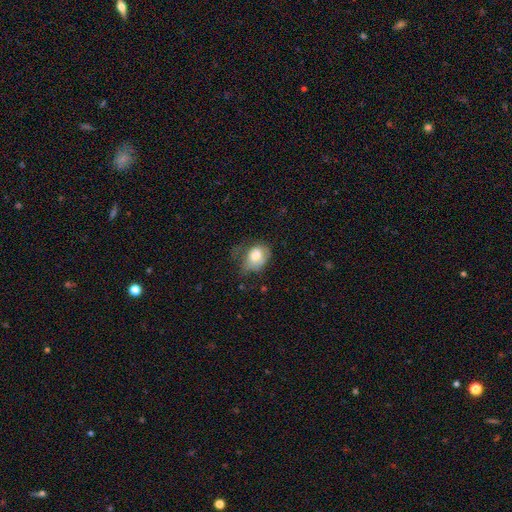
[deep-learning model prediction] Smooth or featured: smooth — 72% (featured or disk — 19%)
How rounded: in between — 63% (round — 36%)
Merging: minor disturbance — 37% (major disturbance — 30%)